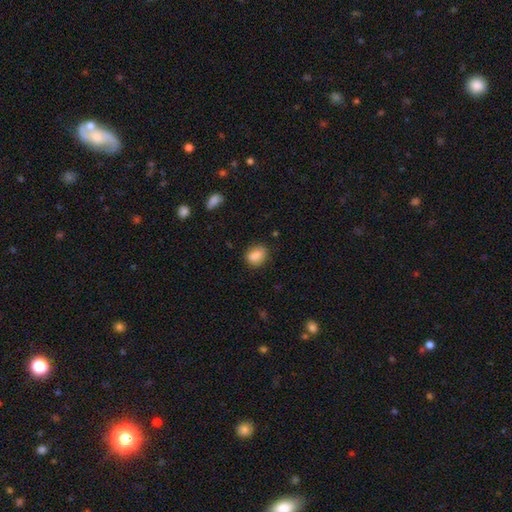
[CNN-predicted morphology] This is clearly a smooth galaxy (86%). How rounded: possibly in between (59%). Merging: likely none (77%).